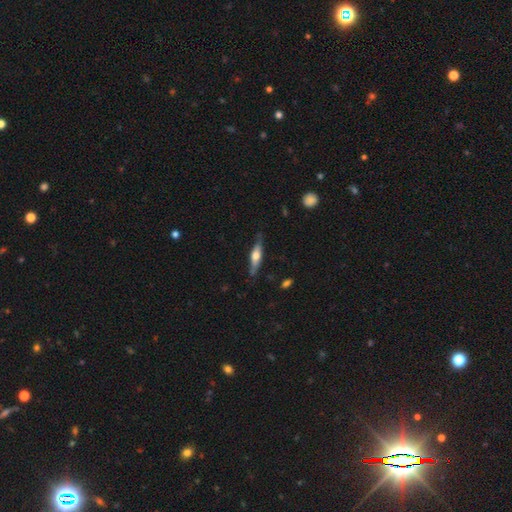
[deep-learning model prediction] This appears to be a featured or disk galaxy (53%) viewed edge-on (89%). Merging: none (76%).